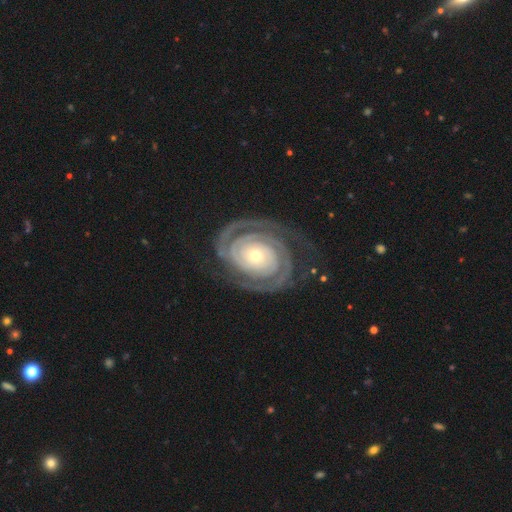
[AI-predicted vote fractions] featured or disk 92%, smooth 4%, star or artifact 4%. Down the decision tree: edge-on disk — no (97%); bar — no (78%); spiral arms — yes (98%); spiral arm count — 2 (83%); spiral winding — tight (82%); bulge size — small (57%); merging — none (78%).